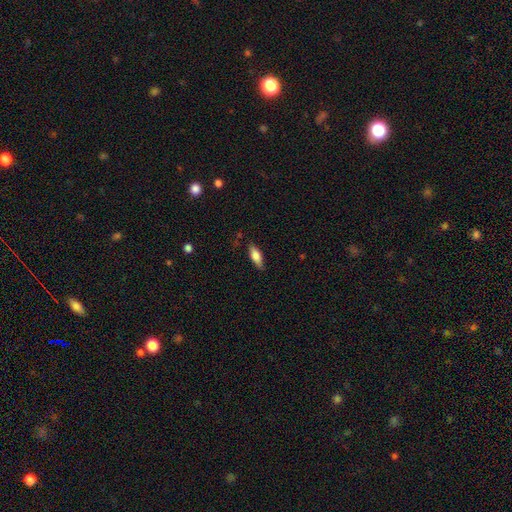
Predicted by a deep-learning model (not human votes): A smooth galaxy with no disk features (75%) that is in between round and cigar-shaped (70%).

Vote fractions:
- Smooth or featured? smooth: 75% / featured or disk: 18% / star or artifact: 7%
- How rounded? in between: 70% / cigar-shaped: 28% / round: 2%
- Merging? none: 79% / minor disturbance: 17% / major disturbance: 3% / merger: 2%